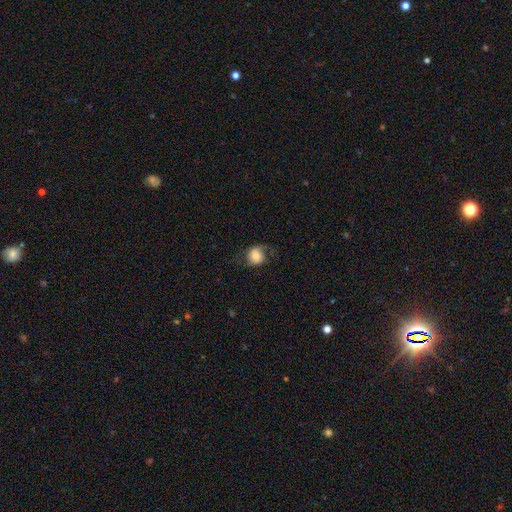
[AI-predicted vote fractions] Overall: smooth (59%; featured or disk 32%). How rounded: round (74%). Merging: none (63%).